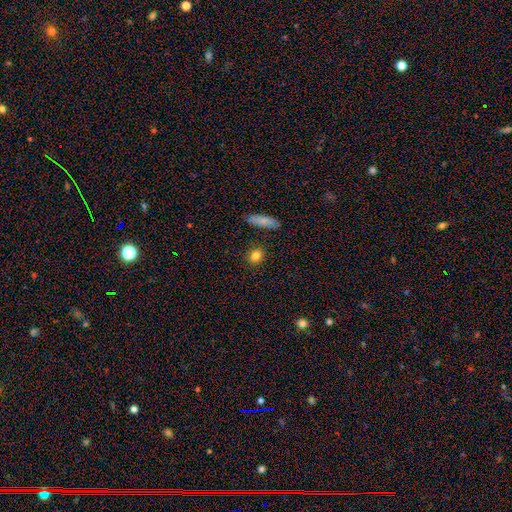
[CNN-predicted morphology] smooth_or_featured: smooth (p=0.83) [alt: star or artifact p=0.10]
how_rounded: round (p=0.69) [alt: in between p=0.27]
merging: none (p=0.89) [alt: minor disturbance p=0.07]